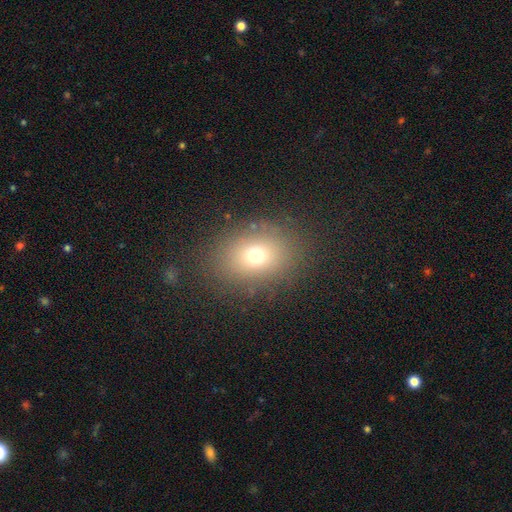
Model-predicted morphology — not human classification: A smooth galaxy with no disk features (70%) that is in between round and cigar-shaped (50%).

Vote fractions:
- Smooth or featured? smooth: 70% / star or artifact: 18% / featured or disk: 13%
- How rounded? in between: 50% / round: 49% / cigar-shaped: 1%
- Merging? none: 83% / minor disturbance: 10% / major disturbance: 6% / merger: 1%